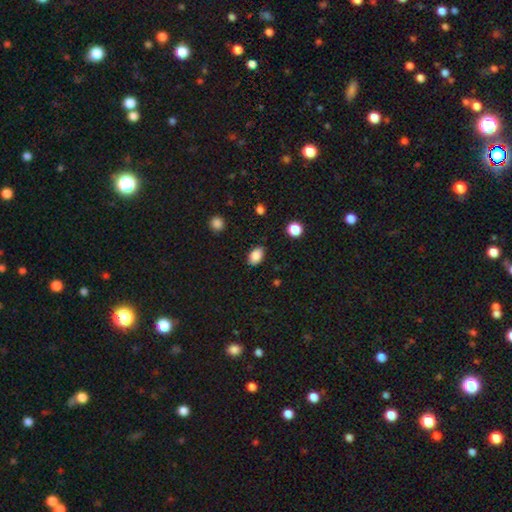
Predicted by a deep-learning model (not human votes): A smooth galaxy with no disk features (87%) that is in between round and cigar-shaped (85%). Merging: none (84%).